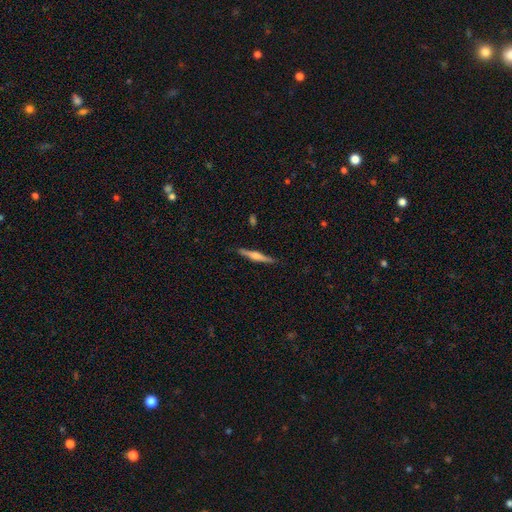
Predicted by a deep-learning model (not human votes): smooth_or_featured: featured or disk (p=0.65) [alt: smooth p=0.29]
disk_edge_on: yes (p=0.98) [alt: no p=0.02]
edge_on_bulge: rounded (p=0.72) [alt: boxy p=0.19]
merging: none (p=0.89) [alt: minor disturbance p=0.08]